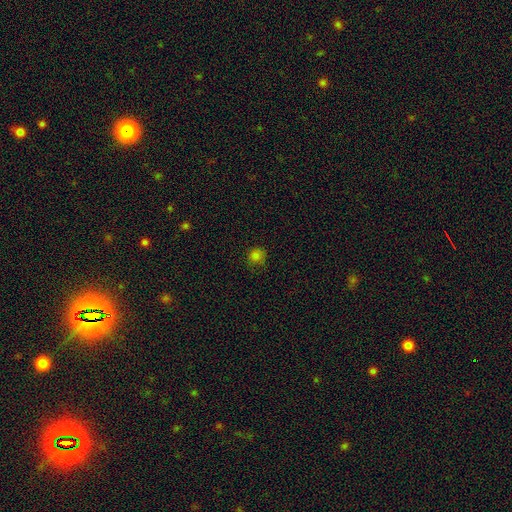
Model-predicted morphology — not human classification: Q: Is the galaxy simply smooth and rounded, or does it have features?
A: smooth — 79%.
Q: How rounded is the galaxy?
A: round — 89%.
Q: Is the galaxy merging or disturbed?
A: none — 79%.